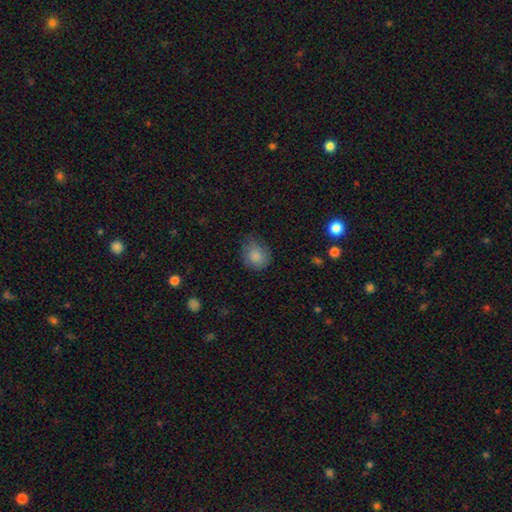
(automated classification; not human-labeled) Q: Smooth or featured?
A: smooth (85%); runner-up: star or artifact (8%)
Q: How rounded?
A: round (67%); runner-up: in between (32%)
Q: Merging?
A: none (63%); runner-up: minor disturbance (29%)